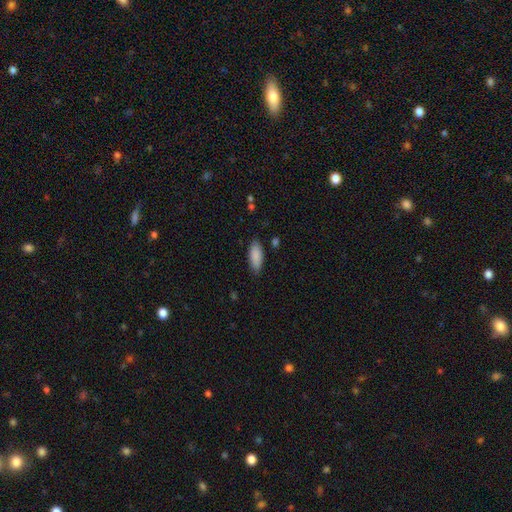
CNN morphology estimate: smooth-or-featured: smooth: 88% | star or artifact: 6% | featured or disk: 6%
  how-rounded: in between: 78% | cigar-shaped: 20% | round: 2%
  merging: none: 83% | minor disturbance: 13% | major disturbance: 3% | merger: 2%